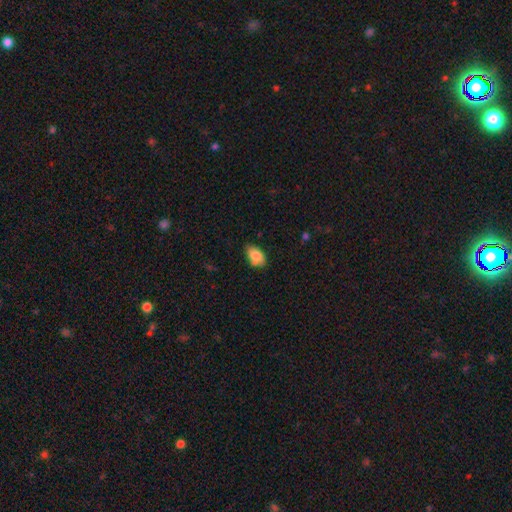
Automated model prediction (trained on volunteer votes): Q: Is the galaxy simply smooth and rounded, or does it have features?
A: smooth — 84%.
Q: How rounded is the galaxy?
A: in between — 91%.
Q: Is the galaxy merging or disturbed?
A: none — 71%.